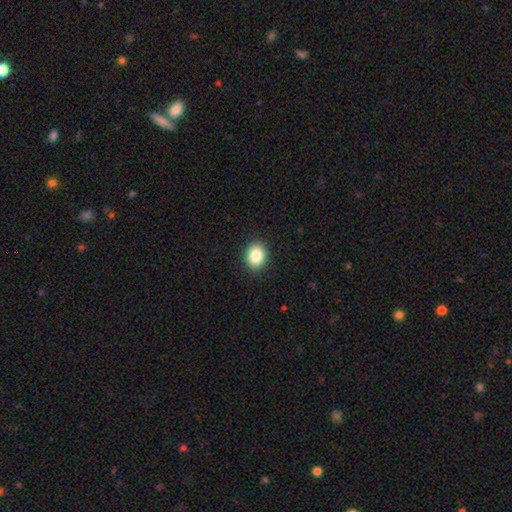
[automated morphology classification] A smooth galaxy with no disk features (86%) that is round (51%). Merging: none (90%).